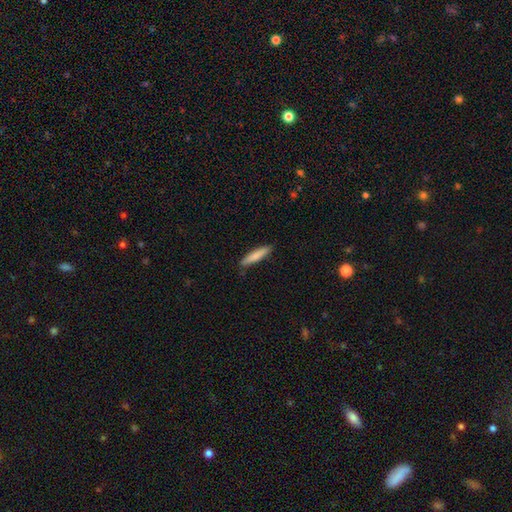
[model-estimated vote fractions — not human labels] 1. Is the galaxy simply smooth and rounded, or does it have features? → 80% smooth, 15% featured or disk, 5% star or artifact.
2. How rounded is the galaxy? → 87% cigar-shaped, 11% in between, 1% round.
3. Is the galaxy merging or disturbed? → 88% none, 9% minor disturbance, 2% major disturbance, 1% merger.